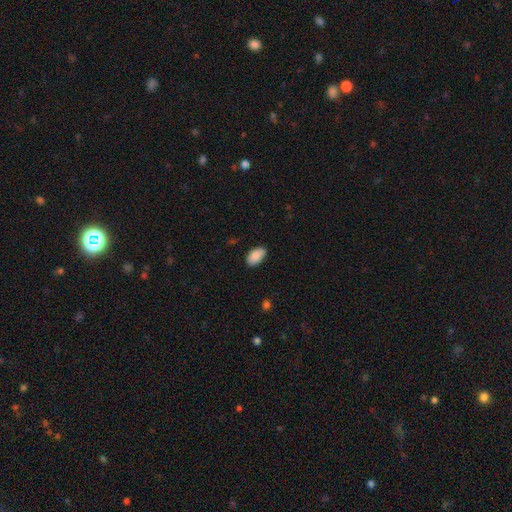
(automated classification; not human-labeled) Smooth or featured?
  - smooth: 89% *
  - star or artifact: 7%
  - featured or disk: 5%
How rounded?
  - in between: 94% *
  - round: 4%
  - cigar-shaped: 1%
Merging?
  - none: 83% *
  - minor disturbance: 14%
  - major disturbance: 2%
  - merger: 1%